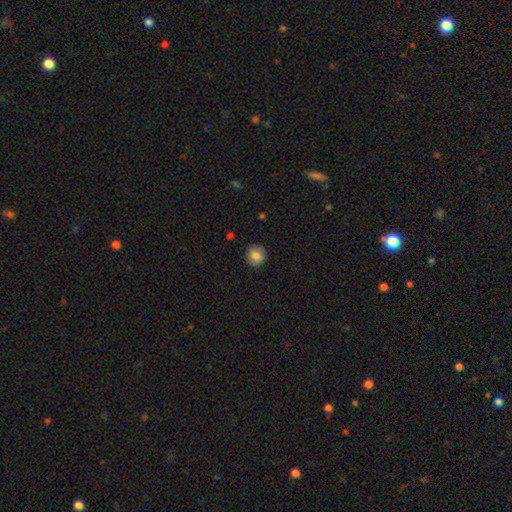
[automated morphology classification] type=smooth (82%); roundness=round (85%); merging=none (87%).